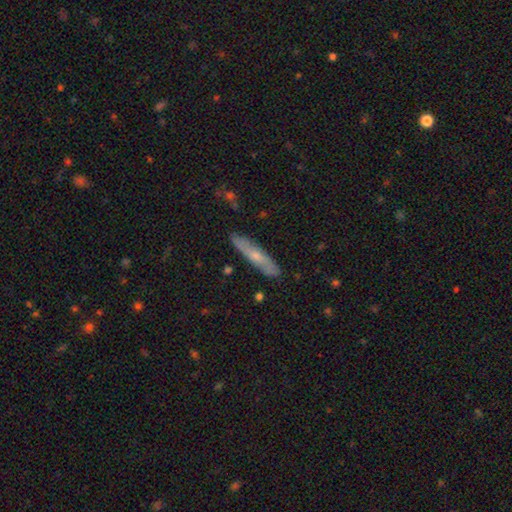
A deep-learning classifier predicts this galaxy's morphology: Smooth or featured? Predicted: smooth (p=0.49). Merging? Predicted: none (p=0.86).